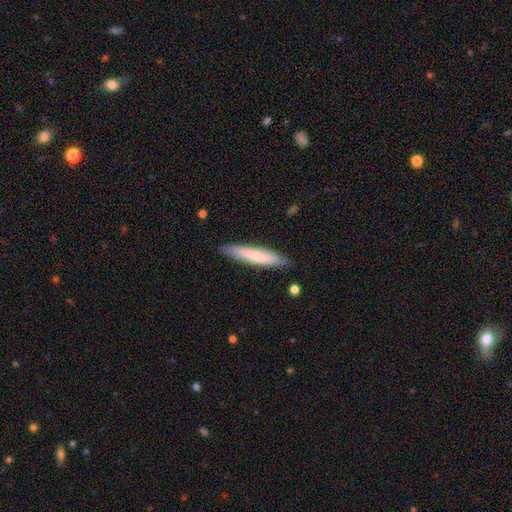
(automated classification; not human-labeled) Overall: smooth (74%). How rounded: cigar-shaped (89%). Merging: none (86%).